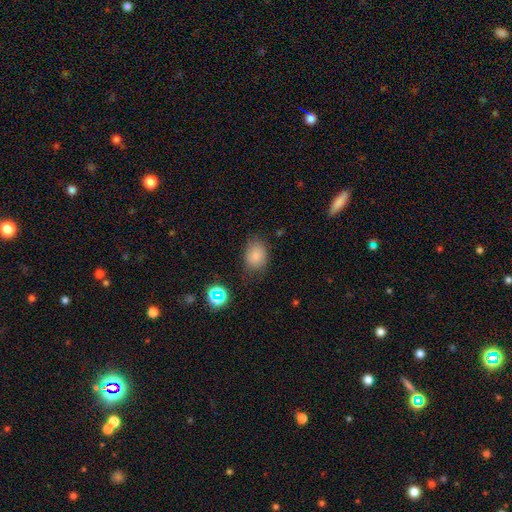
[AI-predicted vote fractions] This is clearly a smooth galaxy (80%). How rounded: possibly in between (60%). Merging: likely none (71%).